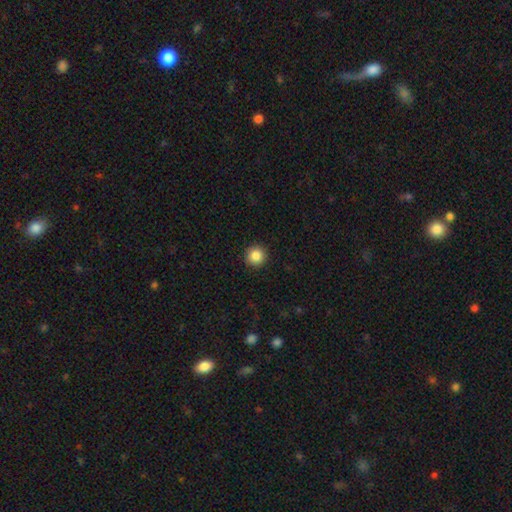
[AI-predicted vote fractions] Smooth or featured?
  - smooth: 87% *
  - star or artifact: 10%
  - featured or disk: 4%
How rounded?
  - round: 96% *
  - in between: 3%
  - cigar-shaped: 1%
Merging?
  - none: 93% *
  - minor disturbance: 5%
  - major disturbance: 2%
  - merger: 1%